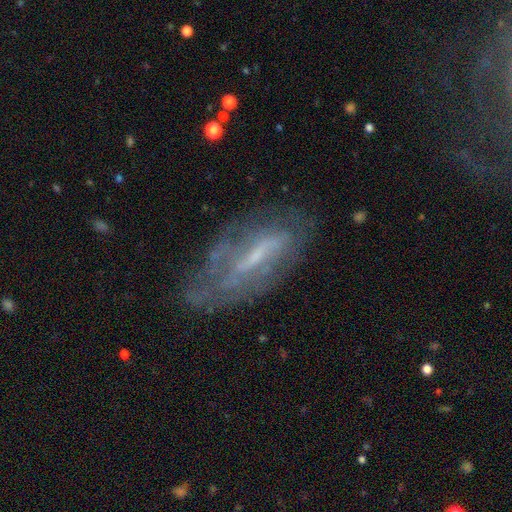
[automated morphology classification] The model was most divided on "spiral arms": yes: 53%, no: 47%. Remaining: edge-on disk — no (79%); smooth or featured — featured or disk (66%); merging — none (56%); bulge size — small (56%); bar — weak (40%).